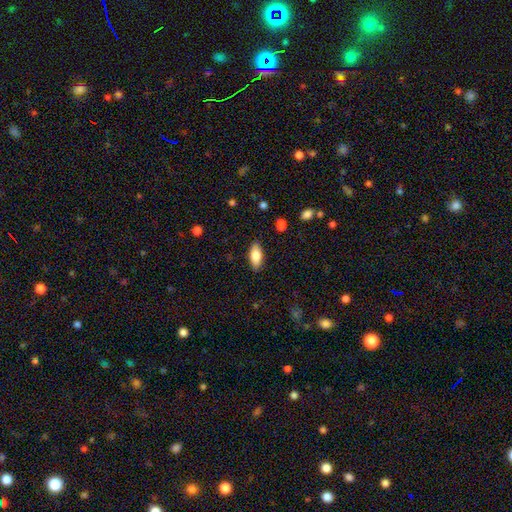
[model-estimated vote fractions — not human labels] The model was most divided on "smooth or featured": smooth: 81%, featured or disk: 13%, star or artifact: 7%. More confident: merging — none (87%); how rounded — in between (87%).